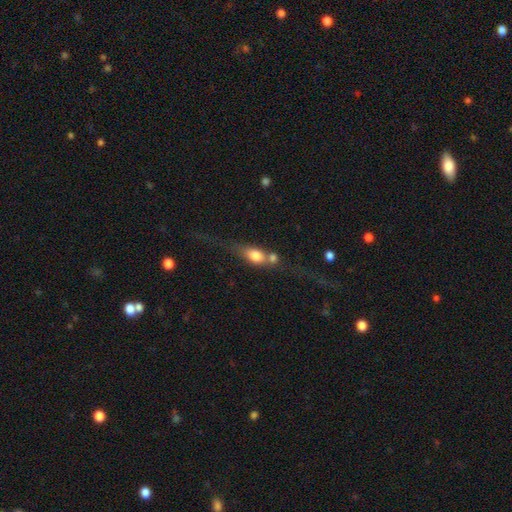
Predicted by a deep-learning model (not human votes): Smooth or featured: smooth — 63% (featured or disk — 28%)
How rounded: in between — 58% (round — 23%)
Merging: merger — 49% (none — 26%)